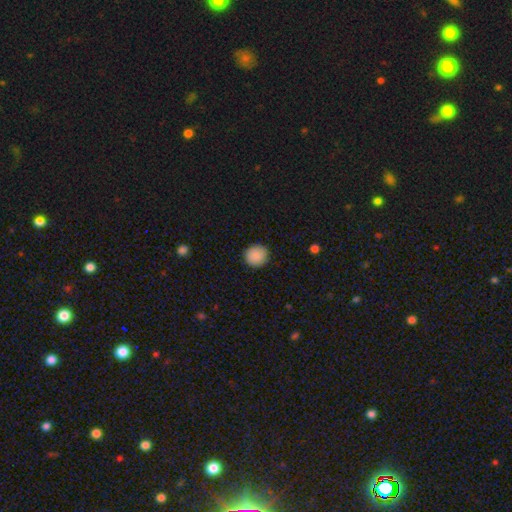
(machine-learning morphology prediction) Smooth or featured: smooth — 89% (star or artifact — 7%)
How rounded: round — 92% (in between — 7%)
Merging: none — 91% (minor disturbance — 7%)